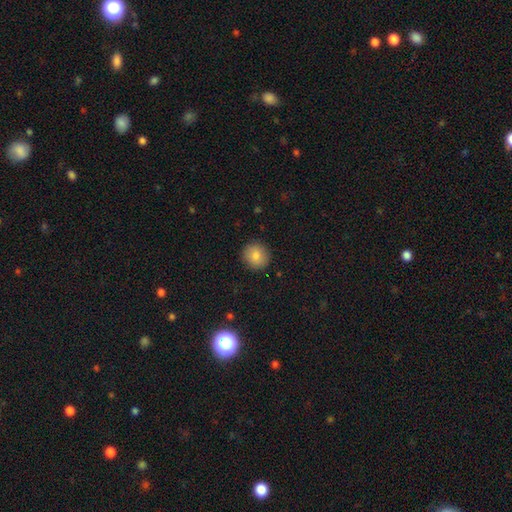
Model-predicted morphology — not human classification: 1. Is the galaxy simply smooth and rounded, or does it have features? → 82% smooth, 9% star or artifact, 9% featured or disk.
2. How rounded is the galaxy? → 90% round, 9% in between, 1% cigar-shaped.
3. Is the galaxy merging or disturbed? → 90% none, 7% minor disturbance, 2% major disturbance, 1% merger.